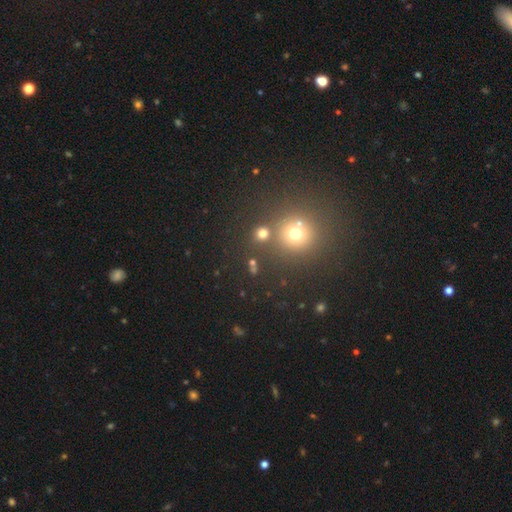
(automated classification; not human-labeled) Morphology: type=smooth (51%); roundness=round (92%); merging=none (79%).